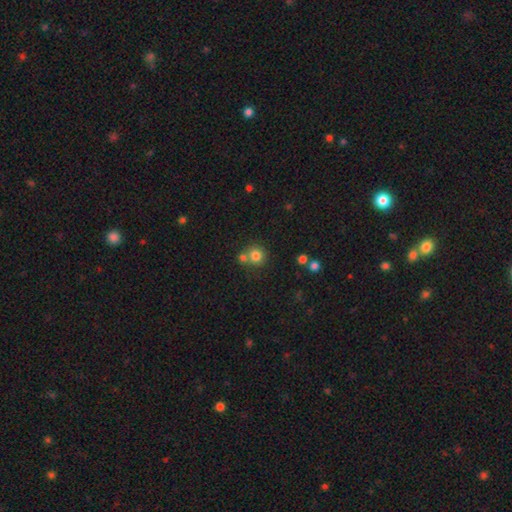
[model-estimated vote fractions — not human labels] smooth 78%, star or artifact 13%, featured or disk 8%. Down the decision tree: how rounded — round (92%); merging — none (61%).